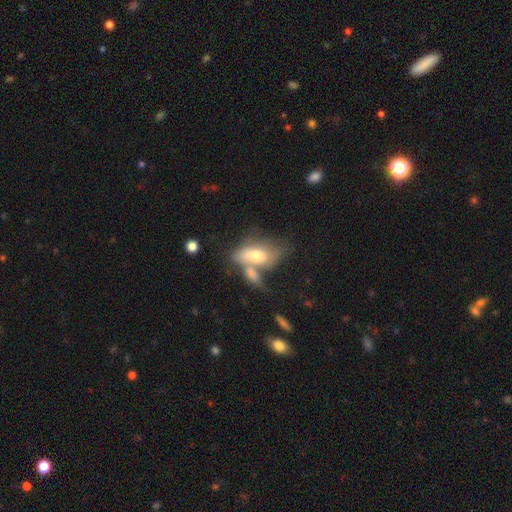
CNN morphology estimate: A smooth galaxy with no disk features (59%) that is in between round and cigar-shaped (82%).

Vote fractions:
- Smooth or featured? smooth: 59% / featured or disk: 33% / star or artifact: 8%
- How rounded? in between: 82% / cigar-shaped: 13% / round: 5%
- Merging? merger: 42% / none: 31% / minor disturbance: 16% / major disturbance: 11%